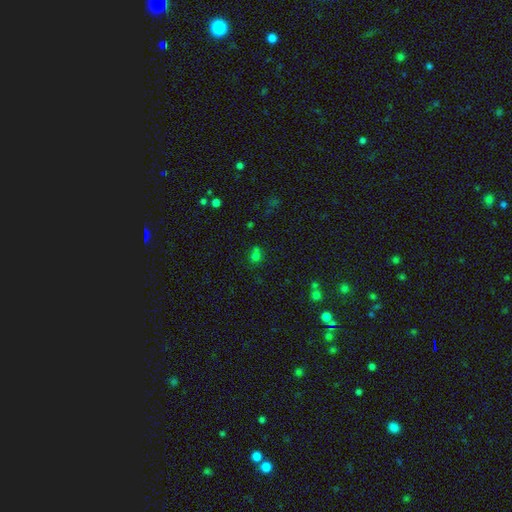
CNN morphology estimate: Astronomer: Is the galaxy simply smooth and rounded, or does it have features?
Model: smooth — 62%.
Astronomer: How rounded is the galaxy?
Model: round — 58% (runner-up: in between, 40%).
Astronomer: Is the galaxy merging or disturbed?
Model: none — 56%.